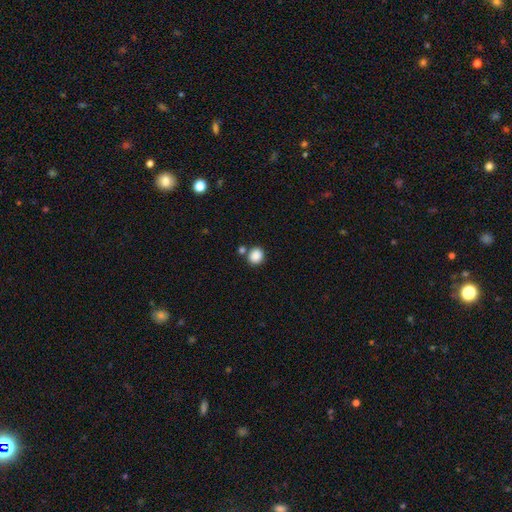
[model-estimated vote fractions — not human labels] Overall: smooth (87%). How rounded: round (76%). Merging: none (70%).